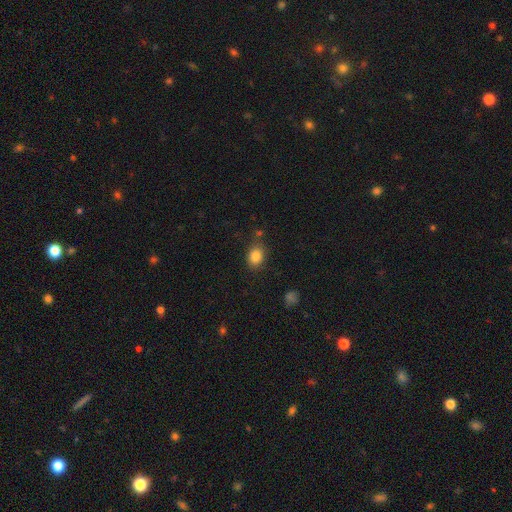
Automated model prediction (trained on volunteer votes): A smooth galaxy with no disk features (84%) that is in between round and cigar-shaped (62%). Merging: none (78%).